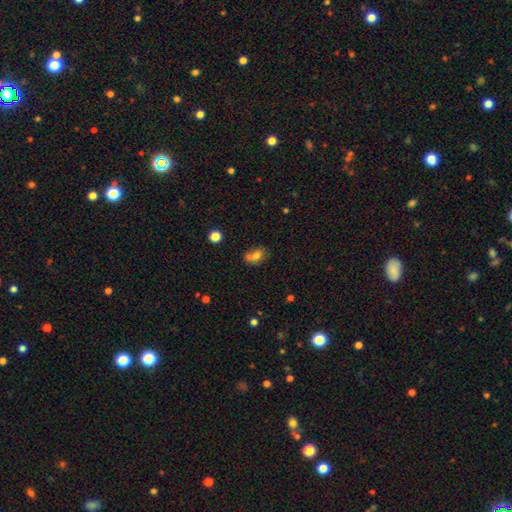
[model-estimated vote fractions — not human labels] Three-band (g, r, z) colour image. It shows a smooth galaxy with no disk features (70%) that is round (50%). Merging: none (43%, tied with merger).